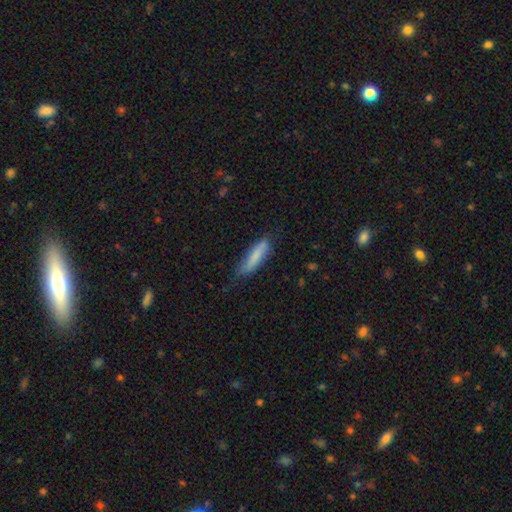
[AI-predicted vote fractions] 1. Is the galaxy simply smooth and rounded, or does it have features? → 80% smooth, 14% featured or disk, 6% star or artifact.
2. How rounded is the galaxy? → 72% cigar-shaped, 27% in between, 2% round.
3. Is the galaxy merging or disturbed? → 61% none, 30% minor disturbance, 7% major disturbance, 2% merger.